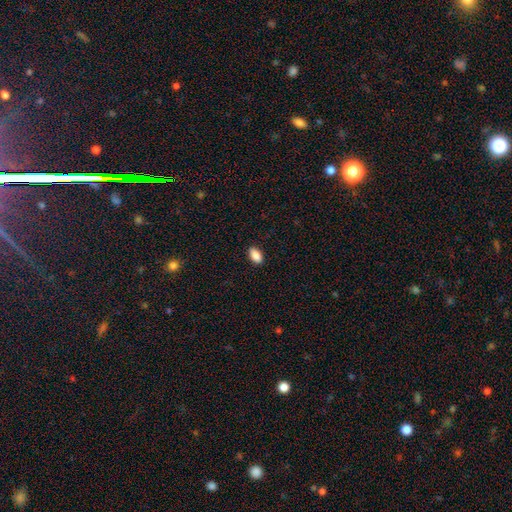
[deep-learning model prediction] Morphology: type=smooth (88%); roundness=in between (92%); merging=none (88%).